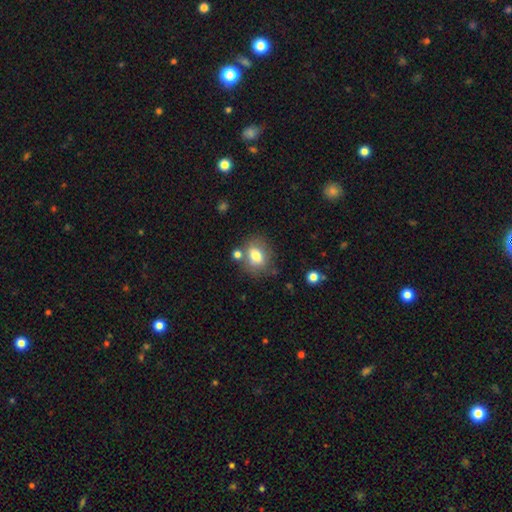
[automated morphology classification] smooth-or-featured: smooth: 75% | featured or disk: 16% | star or artifact: 9%
  how-rounded: in between: 56% | round: 43% | cigar-shaped: 1%
  merging: none: 66% | minor disturbance: 16% | merger: 13% | major disturbance: 5%